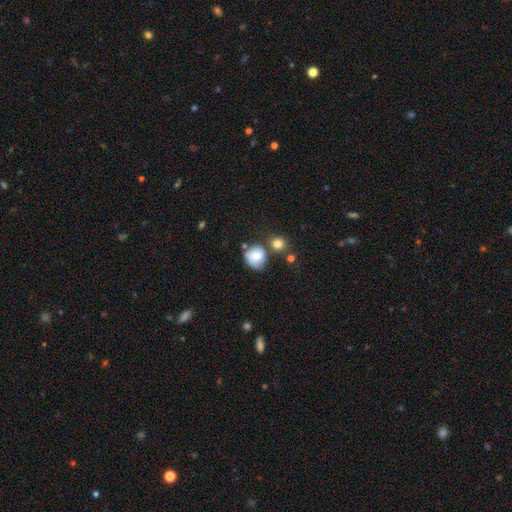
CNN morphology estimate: smooth 76%, featured or disk 15%, star or artifact 9%. Down the decision tree: how rounded — round (76%); merging — none (53%).